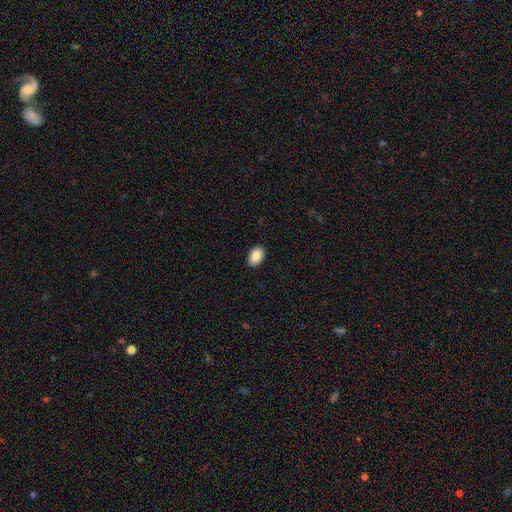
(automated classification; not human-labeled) smooth-or-featured: smooth: 87% | star or artifact: 7% | featured or disk: 6%
  how-rounded: in between: 88% | round: 11% | cigar-shaped: 1%
  merging: none: 90% | minor disturbance: 7% | major disturbance: 2% | merger: 1%